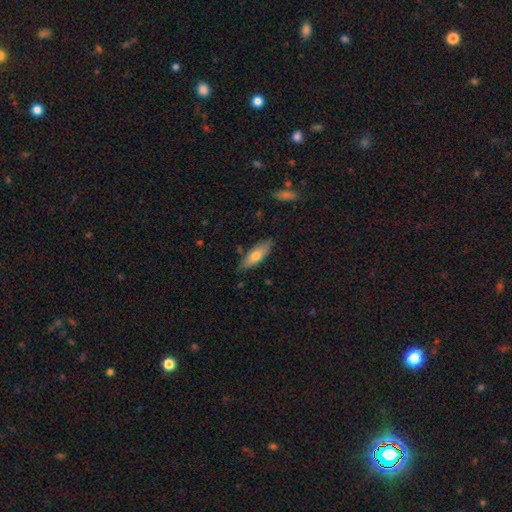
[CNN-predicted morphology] Smooth or featured? Predicted: smooth (p=0.70). How rounded? Predicted: in between (p=0.64). Merging? Predicted: none (p=0.80).